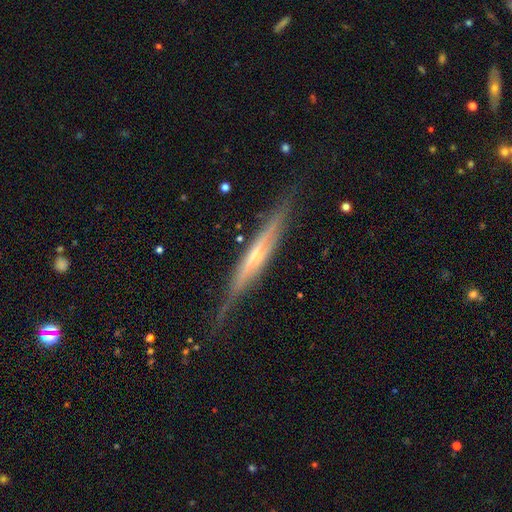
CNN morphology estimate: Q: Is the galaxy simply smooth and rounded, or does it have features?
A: featured or disk — 77%.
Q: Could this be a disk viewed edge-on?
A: yes — 95%.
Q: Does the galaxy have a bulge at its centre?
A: rounded — 65%.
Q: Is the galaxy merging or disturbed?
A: none — 79%.